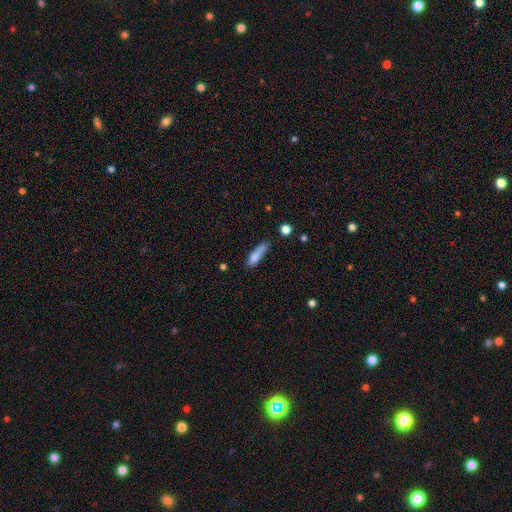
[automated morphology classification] This appears to be a smooth galaxy with no disk features (81%) that is cigar-shaped (67%). Merging: none (55%).